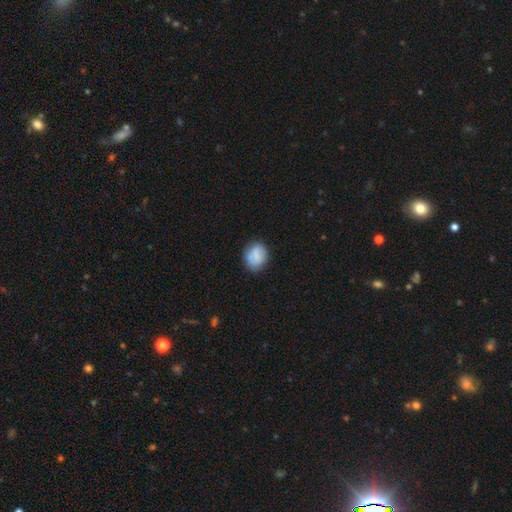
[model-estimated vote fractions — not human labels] Smooth or featured? Predicted: smooth (p=0.75). How rounded? Predicted: round (p=0.57). Merging? Predicted: none (p=0.77).